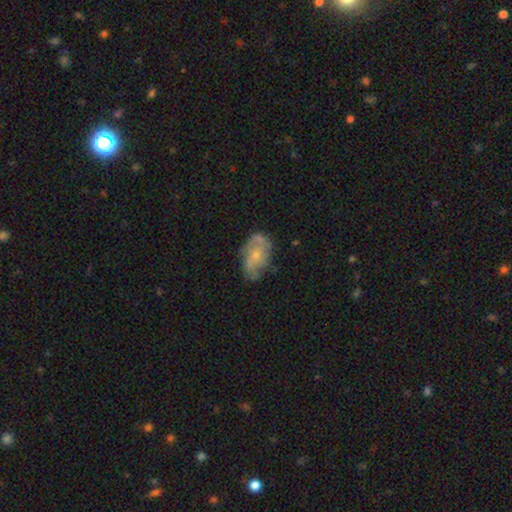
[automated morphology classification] Smooth or featured? featured or disk (54%)
Edge-on disk? no (96%)
Bar? no (79%)
Spiral arms? yes (58%)
Bulge size? small (66%)
Merging? none (54%)